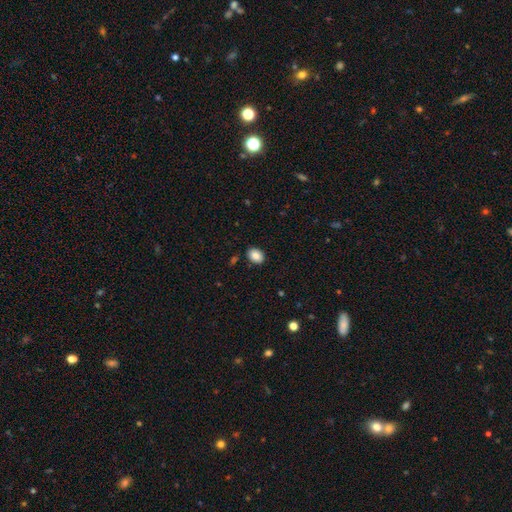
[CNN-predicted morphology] A smooth galaxy with no disk features (85%) that is in between round and cigar-shaped (70%). Merging: none (88%).